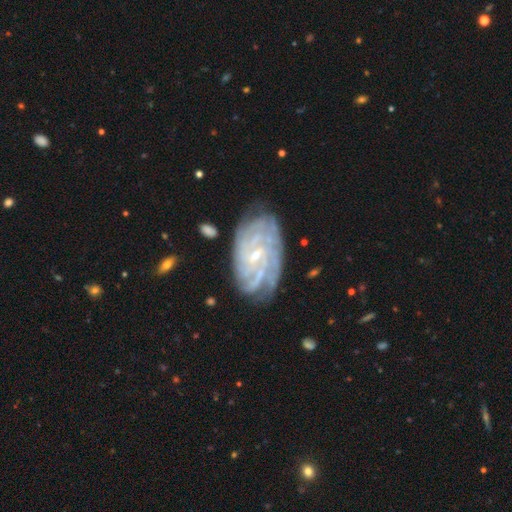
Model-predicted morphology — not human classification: A featured or disk galaxy (86%) with no bar (56%), tight (72%) spiral arms (96%) and a small central bulge (80%). Merging: none (73%).